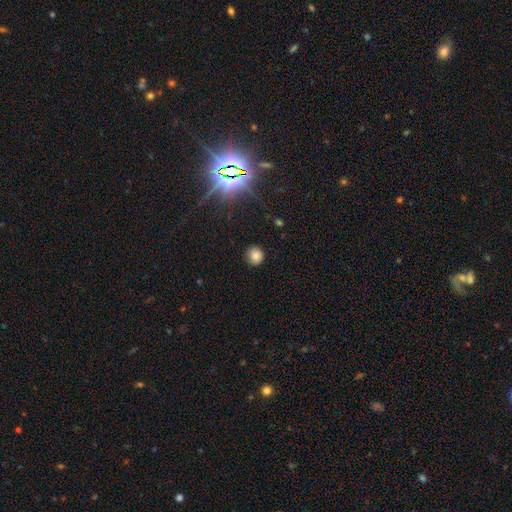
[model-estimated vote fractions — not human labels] This is clearly a smooth galaxy (80%). How rounded: clearly round (86%). Merging: clearly none (88%).